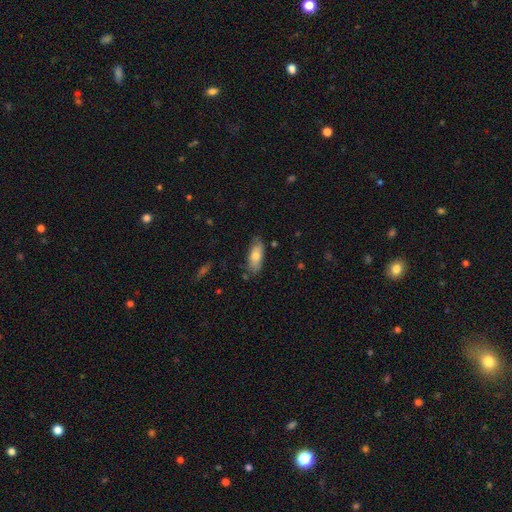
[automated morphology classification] This is likely a smooth galaxy (71%). How rounded: likely in between (77%). Merging: likely none (75%).